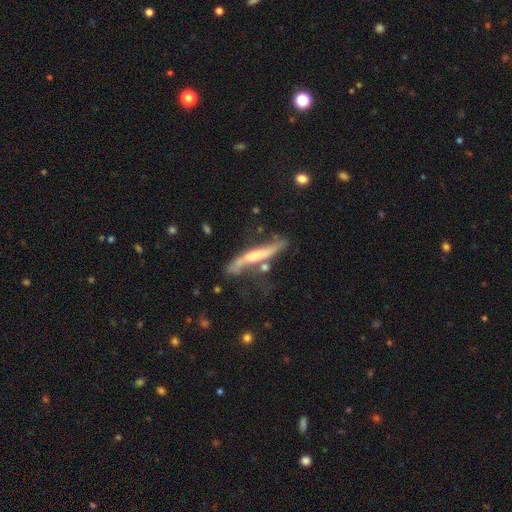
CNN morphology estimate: Smooth or featured?
  - featured or disk: 59% *
  - smooth: 35%
  - star or artifact: 6%
Edge-on disk?
  - yes: 66% *
  - no: 34%
Merging?
  - none: 44% *
  - minor disturbance: 24%
  - merger: 16%
  - major disturbance: 16%